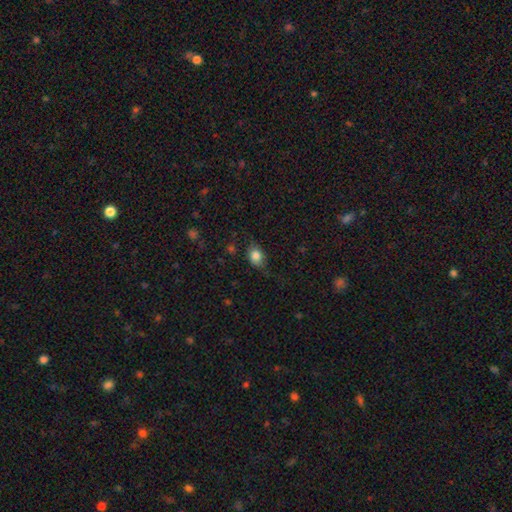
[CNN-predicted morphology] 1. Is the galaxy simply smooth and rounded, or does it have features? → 83% smooth, 10% star or artifact, 8% featured or disk.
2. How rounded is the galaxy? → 58% in between, 41% round, 2% cigar-shaped.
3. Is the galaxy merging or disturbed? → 68% none, 23% minor disturbance, 7% major disturbance, 2% merger.